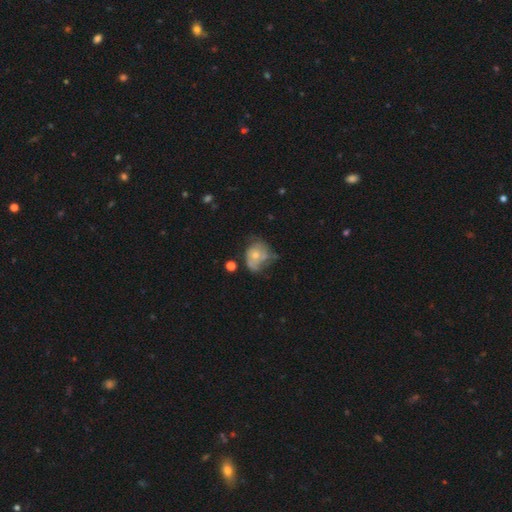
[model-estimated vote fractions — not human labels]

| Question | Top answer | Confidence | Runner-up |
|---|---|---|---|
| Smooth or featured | featured or disk | 58% | smooth (34%) |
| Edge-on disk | no | 97% | yes (3%) |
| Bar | no | 83% | weak (15%) |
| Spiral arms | yes | 68% | no (32%) |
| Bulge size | moderate | 47% | small (46%) |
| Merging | none | 40% | minor disturbance (30%) |